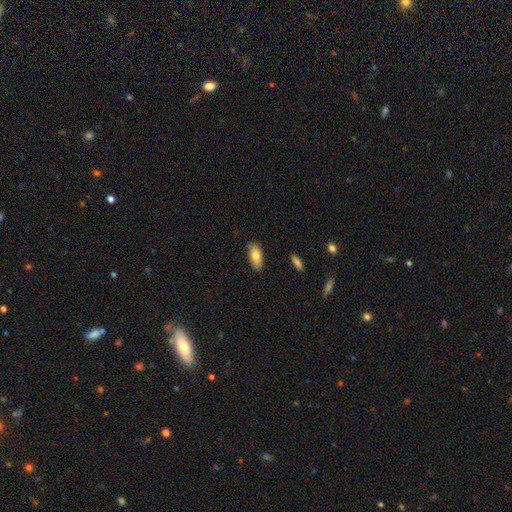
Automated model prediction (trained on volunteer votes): This is likely a smooth galaxy (77%). How rounded: clearly in between (87%). Merging: likely none (80%).